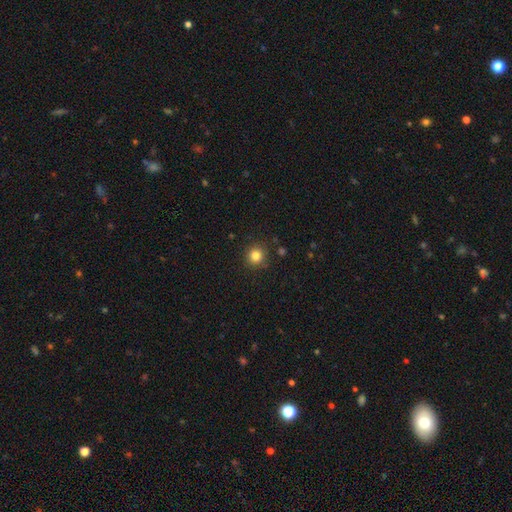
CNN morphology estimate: A smooth galaxy with no disk features (82%) that is round (94%). Merging: none (90%).